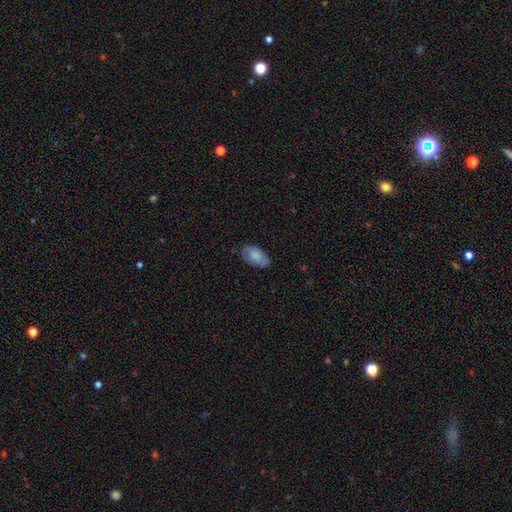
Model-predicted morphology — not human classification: The model was most divided on "merging": none: 75%, minor disturbance: 20%, major disturbance: 4%, merger: 1%. More confident: how rounded — in between (94%); smooth or featured — smooth (77%).